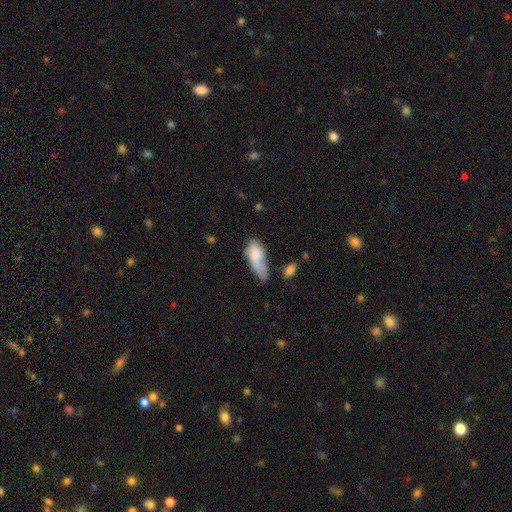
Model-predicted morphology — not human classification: Smooth or featured? Predicted: smooth (p=0.78). How rounded? Predicted: in between (p=0.82). Merging? Predicted: minor disturbance (p=0.32).